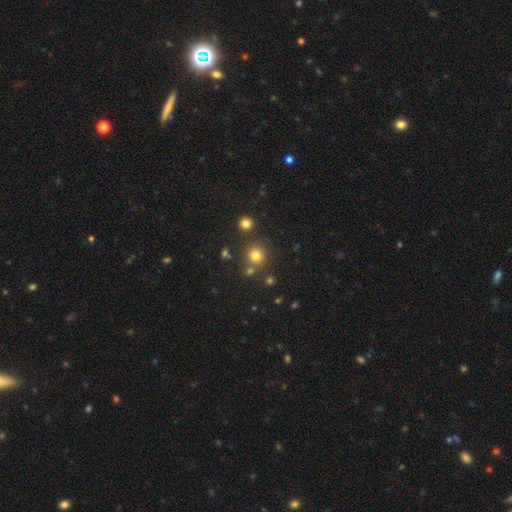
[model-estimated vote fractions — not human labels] Q: Smooth or featured?
A: smooth (77%); runner-up: star or artifact (16%)
Q: How rounded?
A: round (91%); runner-up: in between (8%)
Q: Merging?
A: none (78%); runner-up: merger (11%)